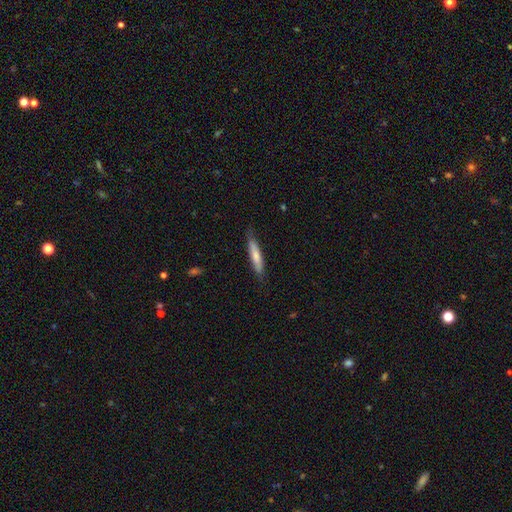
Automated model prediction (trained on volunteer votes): Q: Smooth or featured?
A: smooth (67%); runner-up: featured or disk (27%)
Q: How rounded?
A: cigar-shaped (87%); runner-up: in between (12%)
Q: Merging?
A: none (79%); runner-up: minor disturbance (17%)